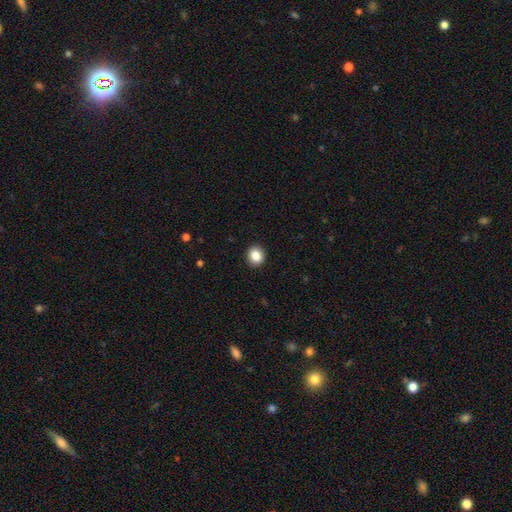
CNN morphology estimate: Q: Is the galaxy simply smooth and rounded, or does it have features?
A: smooth — 86%.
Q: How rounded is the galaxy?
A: round — 79%.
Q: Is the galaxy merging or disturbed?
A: none — 91%.